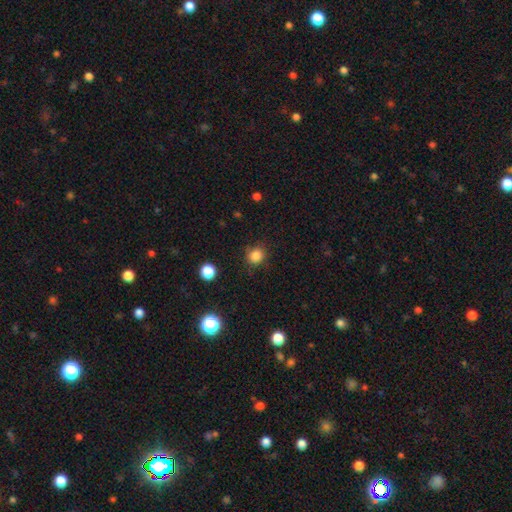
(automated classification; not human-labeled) Q: Smooth or featured?
A: smooth (84%); runner-up: star or artifact (12%)
Q: How rounded?
A: round (86%); runner-up: in between (13%)
Q: Merging?
A: none (85%); runner-up: minor disturbance (11%)